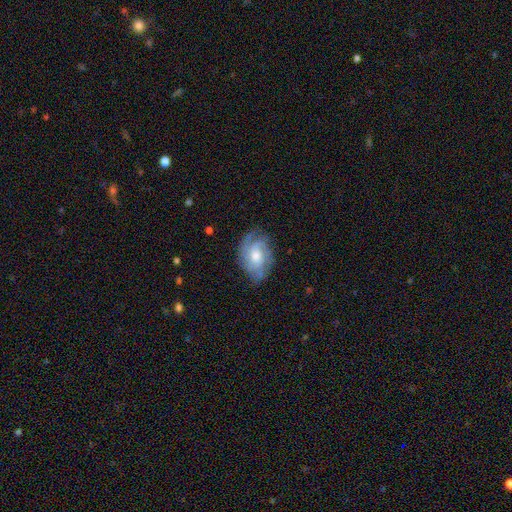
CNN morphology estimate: Smooth or featured? Predicted: featured or disk (p=0.73). Edge-on disk? Predicted: no (p=0.96). Bar? Predicted: no (p=0.66). Spiral arms? Predicted: yes (p=0.91). Spiral winding? Predicted: tight (p=0.45). Spiral arm count? Predicted: can't tell (p=0.34). Bulge size? Predicted: moderate (p=0.64). Merging? Predicted: none (p=0.68).